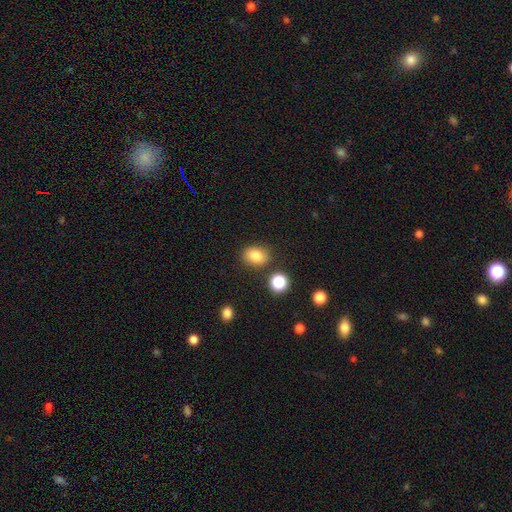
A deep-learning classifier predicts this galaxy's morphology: This is clearly a smooth galaxy (83%). How rounded: likely in between (61%). Merging: clearly none (82%).